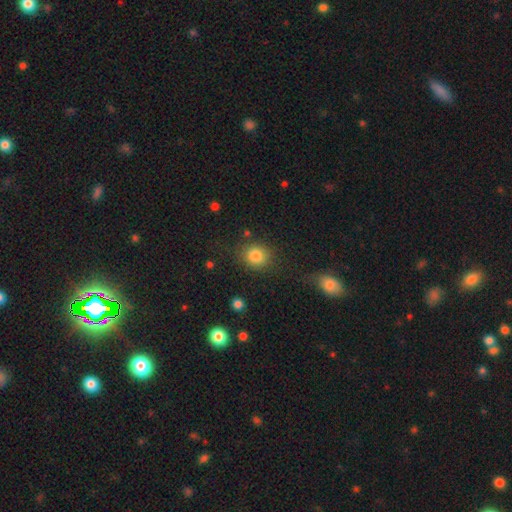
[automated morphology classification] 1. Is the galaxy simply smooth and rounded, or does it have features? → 82% smooth, 11% star or artifact, 6% featured or disk.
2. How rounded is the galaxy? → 77% round, 22% in between, 1% cigar-shaped.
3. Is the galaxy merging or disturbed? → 81% none, 11% minor disturbance, 5% major disturbance, 4% merger.